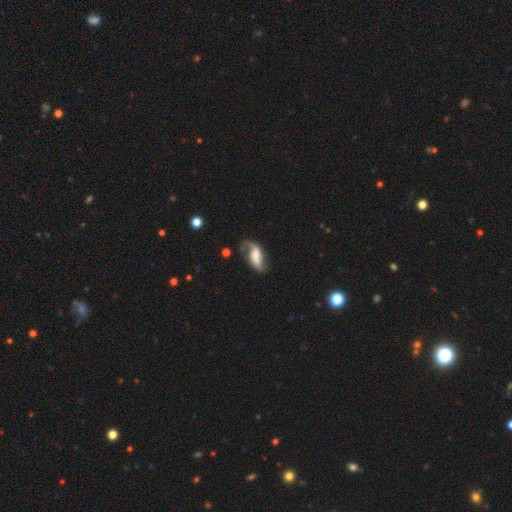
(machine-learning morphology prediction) type=featured or disk (70%); edge-on=no (94%); bar=weak (39%); spiral arms=yes (91%); winding=loose (67%); arm count=2 (81%); bulge=moderate (43%); merging=none (57%).